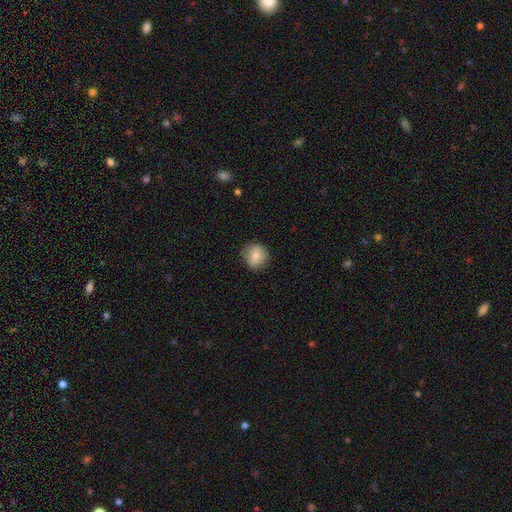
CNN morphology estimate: Smooth or featured? smooth (74%)
How rounded? round (88%)
Merging? none (84%)